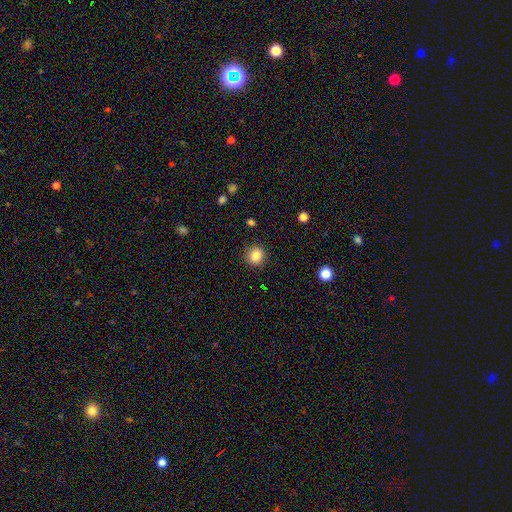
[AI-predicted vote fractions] Morphology: type=smooth (84%); roundness=round (87%); merging=none (90%).